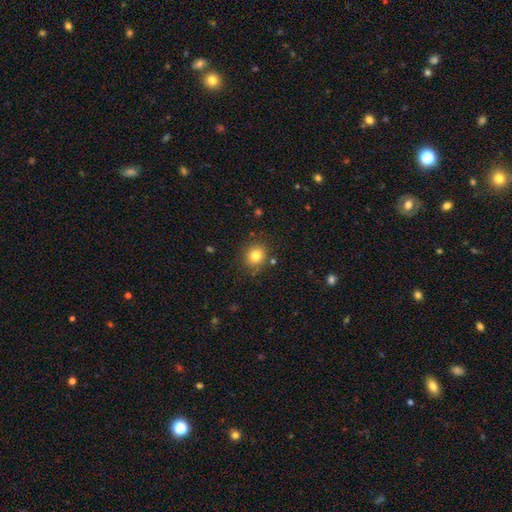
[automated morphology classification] Smooth or featured? Predicted: smooth (p=0.81). How rounded? Predicted: round (p=0.77). Merging? Predicted: none (p=0.84).